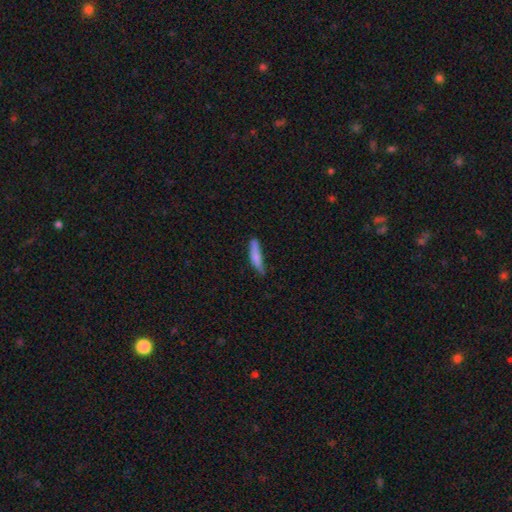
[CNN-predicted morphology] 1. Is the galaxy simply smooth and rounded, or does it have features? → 76% smooth, 18% featured or disk, 7% star or artifact.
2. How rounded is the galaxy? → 82% cigar-shaped, 17% in between, 2% round.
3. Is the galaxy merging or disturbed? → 61% none, 29% minor disturbance, 7% major disturbance, 3% merger.